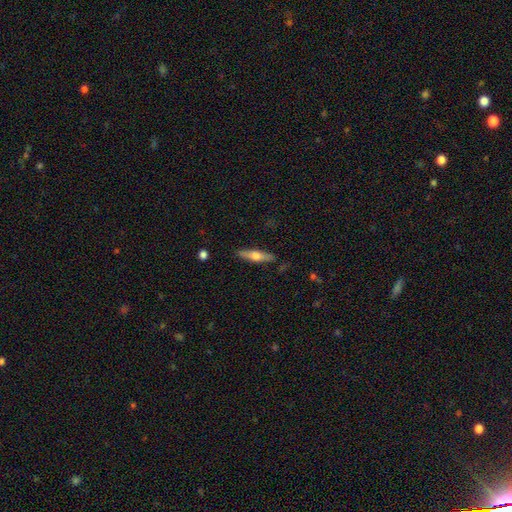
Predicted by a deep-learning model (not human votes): Q: Smooth or featured?
A: featured or disk (51%); runner-up: smooth (43%)
Q: Edge-on disk?
A: yes (94%); runner-up: no (6%)
Q: Merging?
A: none (87%); runner-up: minor disturbance (9%)